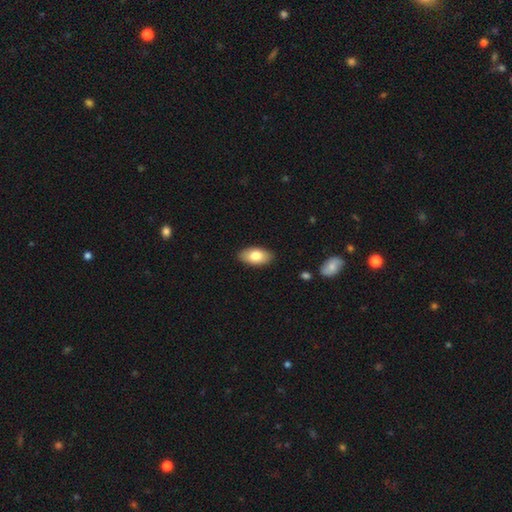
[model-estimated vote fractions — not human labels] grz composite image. It shows a smooth galaxy with no disk features (79%) that is in between round and cigar-shaped (94%). Merging: none (88%).